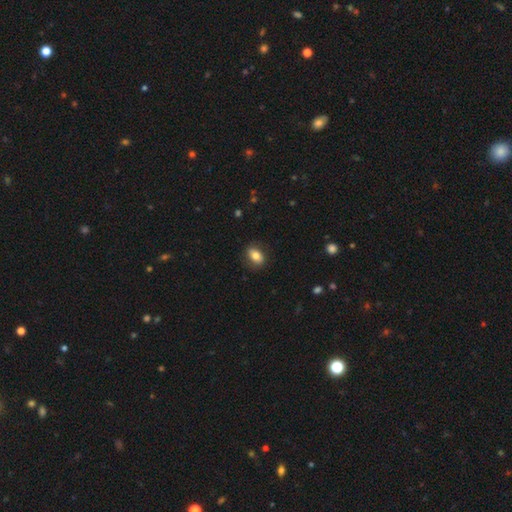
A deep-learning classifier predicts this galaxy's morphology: Overall: smooth (79%). How rounded: in between (81%). Merging: none (83%).